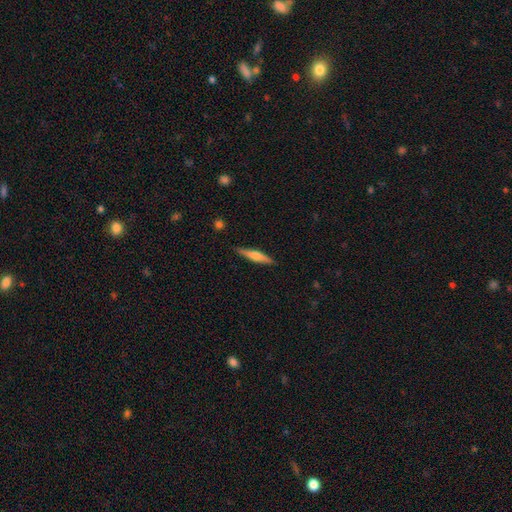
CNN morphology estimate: Overall: featured or disk (48%; smooth 46%). Merging: none (89%).